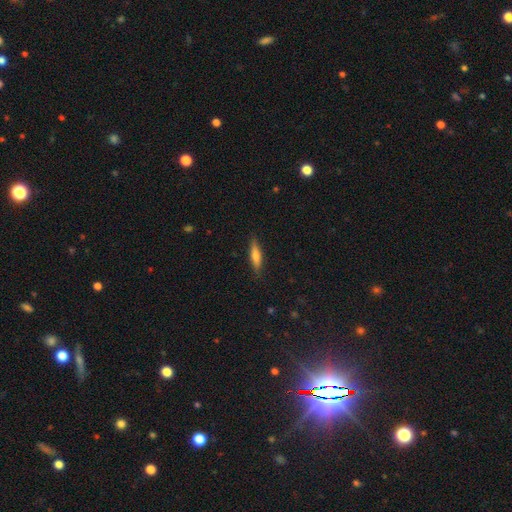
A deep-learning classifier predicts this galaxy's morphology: smooth 63%, featured or disk 30%, star or artifact 7%. Down the decision tree: how rounded — cigar-shaped (76%); merging — none (86%).